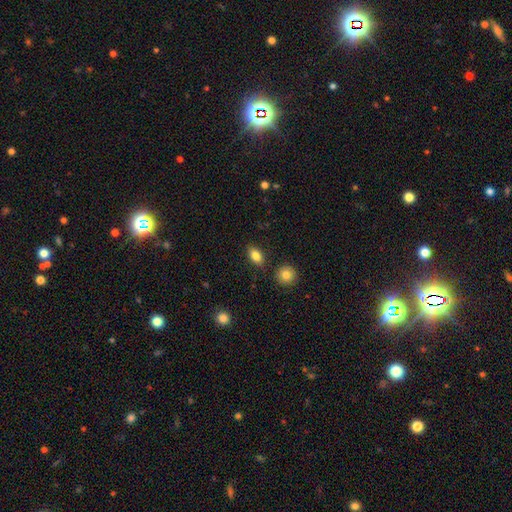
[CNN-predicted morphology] This is clearly a smooth galaxy (83%). How rounded: clearly in between (85%). Merging: clearly none (85%).